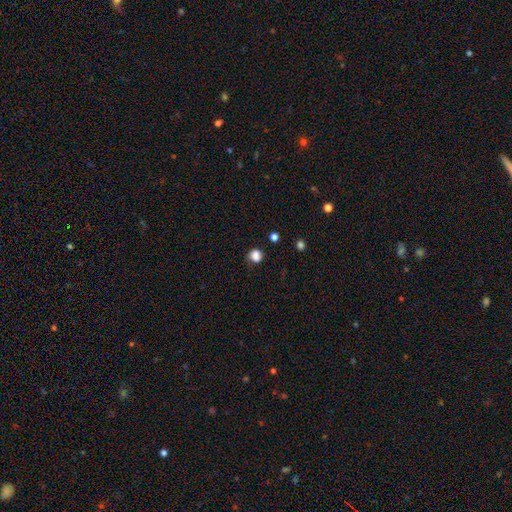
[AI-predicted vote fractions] Smooth or featured? smooth (81%)
How rounded? round (78%)
Merging? none (71%)